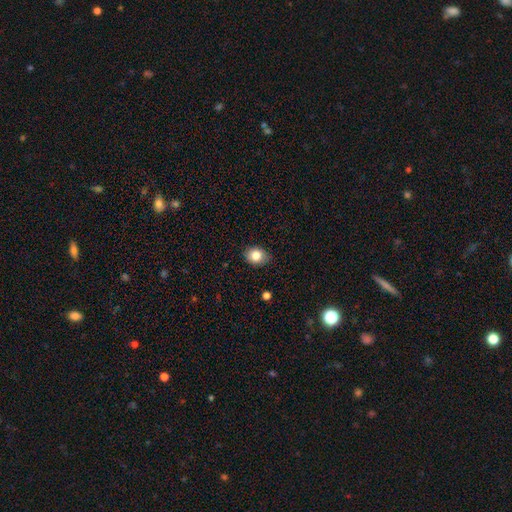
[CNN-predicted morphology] type=smooth (84%); roundness=in between (56%); merging=none (85%).